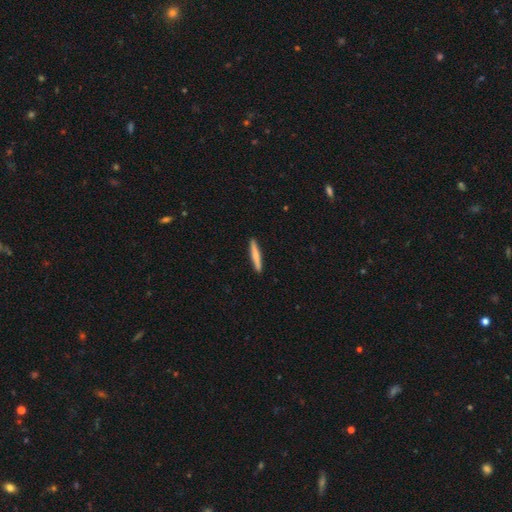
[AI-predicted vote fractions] Smooth or featured?
  - smooth: 69% *
  - featured or disk: 26%
  - star or artifact: 5%
How rounded?
  - cigar-shaped: 95% *
  - in between: 4%
  - round: 1%
Merging?
  - none: 92% *
  - minor disturbance: 6%
  - major disturbance: 1%
  - merger: 1%